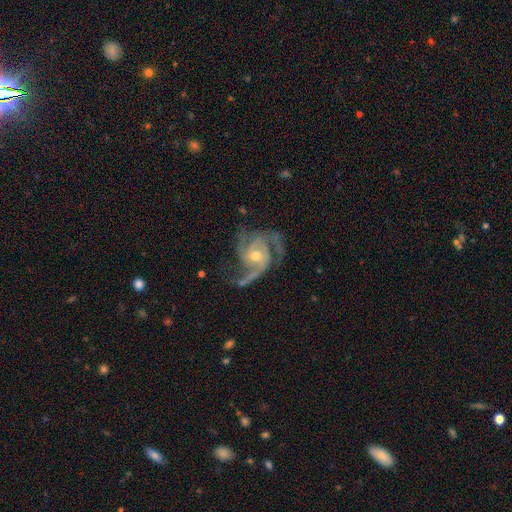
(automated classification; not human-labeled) This appears to be a featured or disk galaxy (92%) with no bar (66%), 3 (57%) medium (52%) spiral arms (98%) and a moderate central bulge (61%). Merging: none (60%).